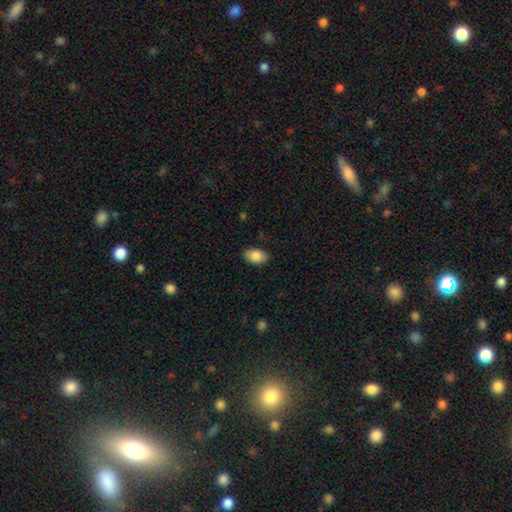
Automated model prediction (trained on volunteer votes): This is clearly a smooth galaxy (87%). How rounded: clearly in between (92%). Merging: clearly none (87%).